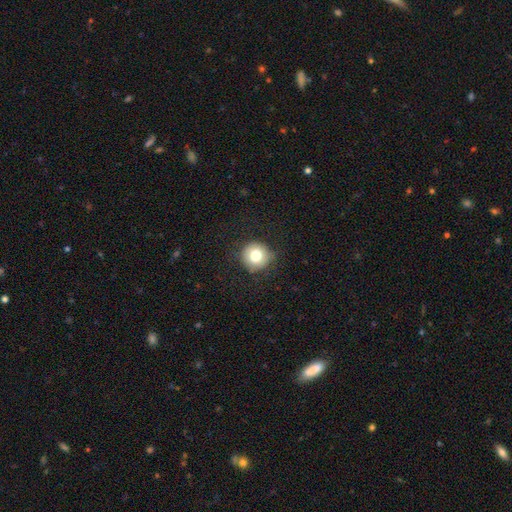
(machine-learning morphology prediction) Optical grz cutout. It shows a smooth galaxy with no disk features (79%) that is round (94%). Merging: none (83%).